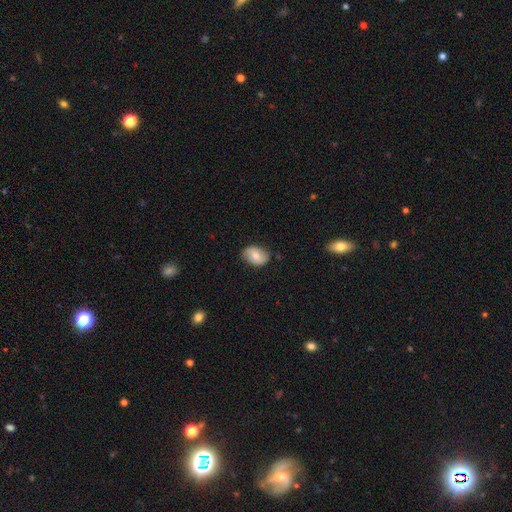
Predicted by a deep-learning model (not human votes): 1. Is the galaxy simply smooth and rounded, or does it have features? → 68% smooth, 25% featured or disk, 7% star or artifact.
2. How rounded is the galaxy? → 80% in between, 19% round, 1% cigar-shaped.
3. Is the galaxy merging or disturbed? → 77% none, 18% minor disturbance, 3% major disturbance, 1% merger.